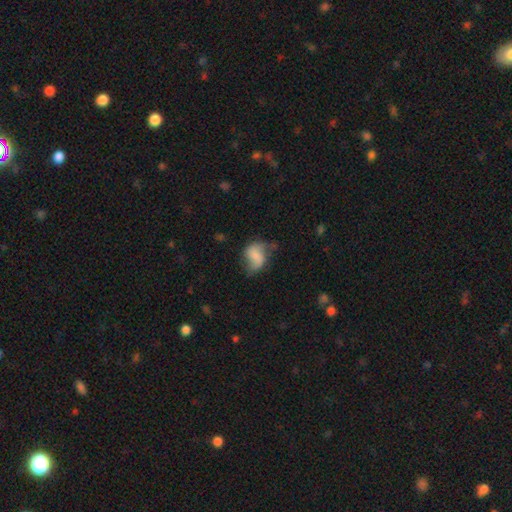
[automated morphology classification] A smooth galaxy with no disk features (49%). Merging: none (42%).